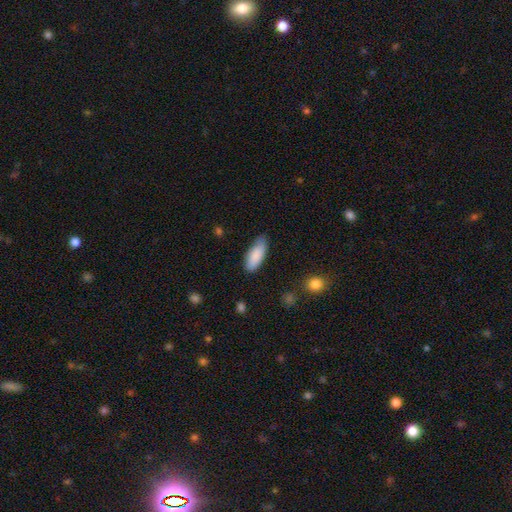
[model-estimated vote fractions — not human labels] The model was most divided on "how rounded": in between: 77%, cigar-shaped: 21%, round: 2%. More confident: smooth or featured — smooth (87%); merging — none (76%).